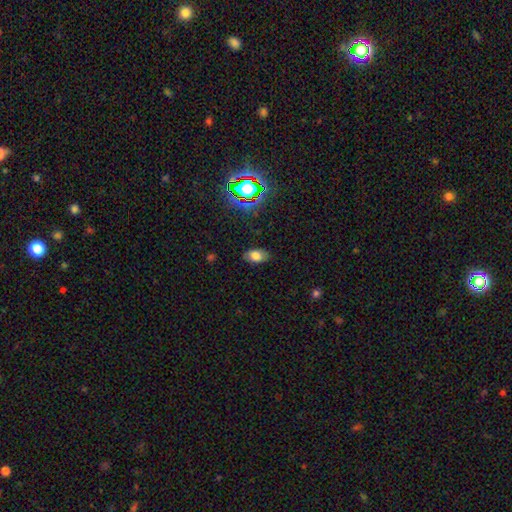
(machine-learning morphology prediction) Q: Smooth or featured?
A: smooth (75%); runner-up: star or artifact (13%)
Q: How rounded?
A: in between (91%); runner-up: round (7%)
Q: Merging?
A: none (84%); runner-up: minor disturbance (12%)